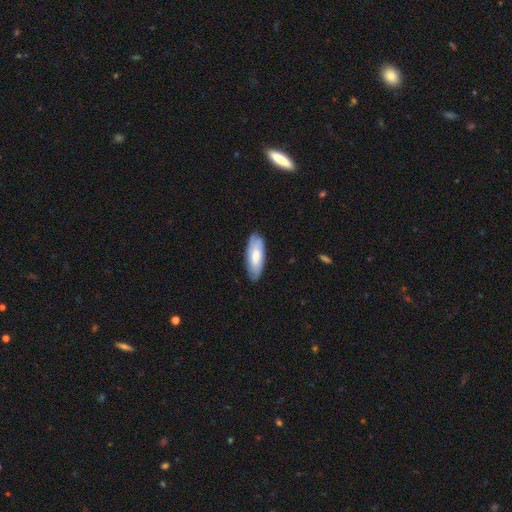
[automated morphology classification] A smooth galaxy with no disk features (68%) that is in between round and cigar-shaped (75%).

Vote fractions:
- Smooth or featured? smooth: 68% / featured or disk: 27% / star or artifact: 6%
- How rounded? in between: 75% / cigar-shaped: 23% / round: 2%
- Merging? none: 81% / minor disturbance: 15% / major disturbance: 3% / merger: 1%